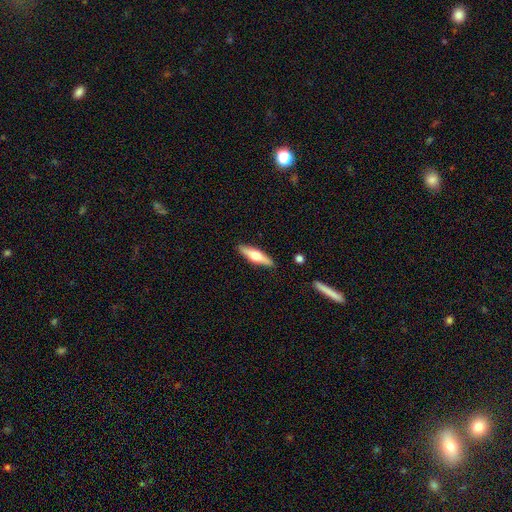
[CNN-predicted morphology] smooth_or_featured: featured or disk (p=0.52) [alt: smooth p=0.43]
disk_edge_on: yes (p=0.94) [alt: no p=0.06]
merging: none (p=0.88) [alt: minor disturbance p=0.08]